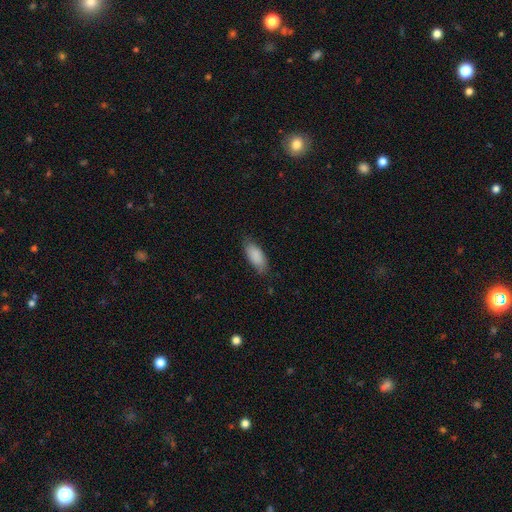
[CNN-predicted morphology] This is clearly a smooth galaxy (88%). How rounded: clearly in between (84%). Merging: likely none (77%).